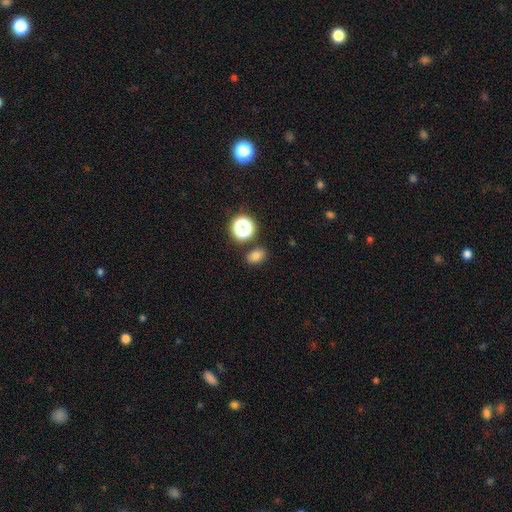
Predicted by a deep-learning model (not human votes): This is likely a smooth galaxy (76%). How rounded: likely in between (67%). Merging: clearly none (81%).